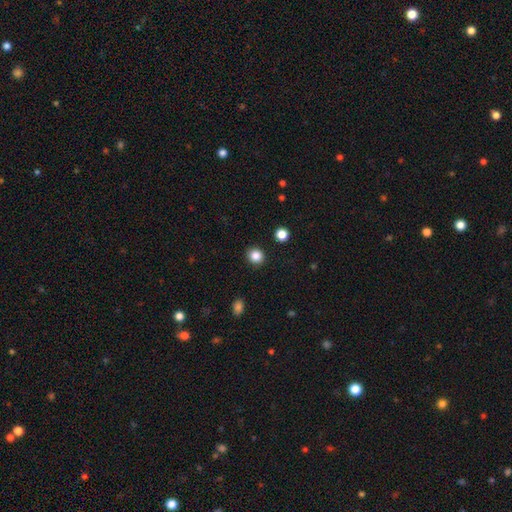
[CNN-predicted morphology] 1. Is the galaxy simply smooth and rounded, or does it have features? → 85% smooth, 11% star or artifact, 4% featured or disk.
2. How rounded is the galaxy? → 91% round, 8% in between, 1% cigar-shaped.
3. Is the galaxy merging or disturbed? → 92% none, 5% minor disturbance, 2% major disturbance, 1% merger.